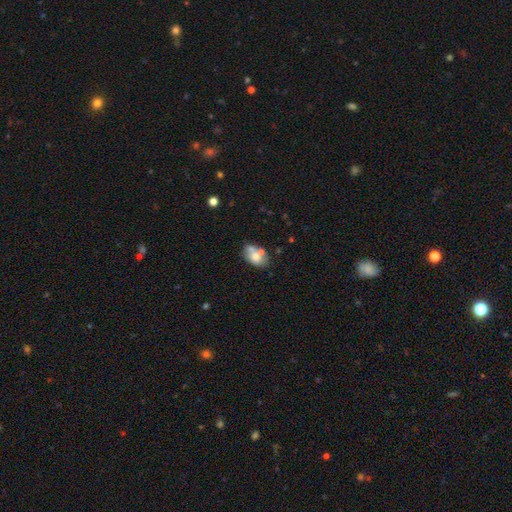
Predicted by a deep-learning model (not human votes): Overall: smooth (65%; featured or disk 27%). How rounded: in between (85%). Merging: none (45%; merger 28%).